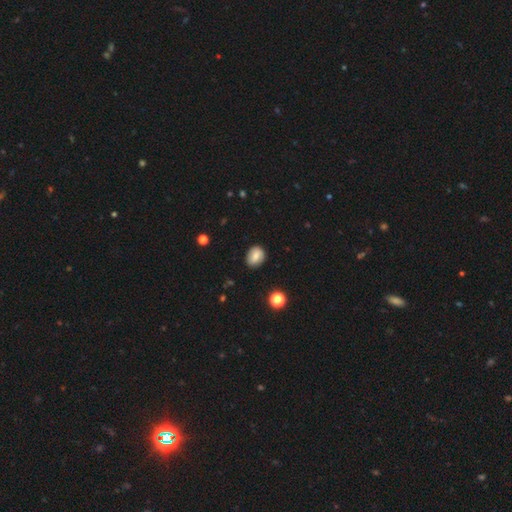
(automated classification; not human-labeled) Smooth or featured: smooth — 76% (featured or disk — 15%)
How rounded: in between — 51% (round — 48%)
Merging: none — 84% (minor disturbance — 12%)